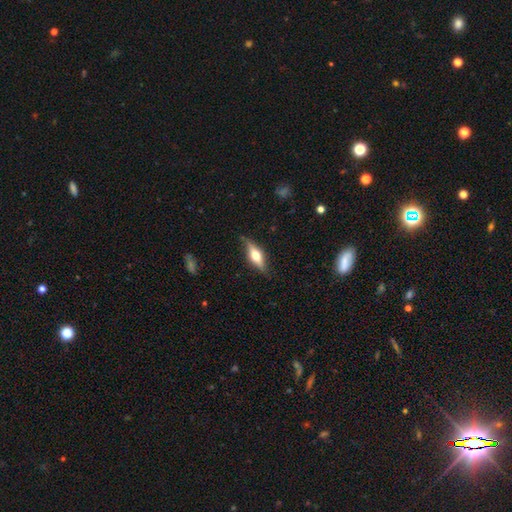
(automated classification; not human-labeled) Smooth or featured?
  - featured or disk: 53% *
  - smooth: 41%
  - star or artifact: 6%
Edge-on disk?
  - yes: 90% *
  - no: 10%
Merging?
  - none: 80% *
  - minor disturbance: 16%
  - major disturbance: 3%
  - merger: 1%